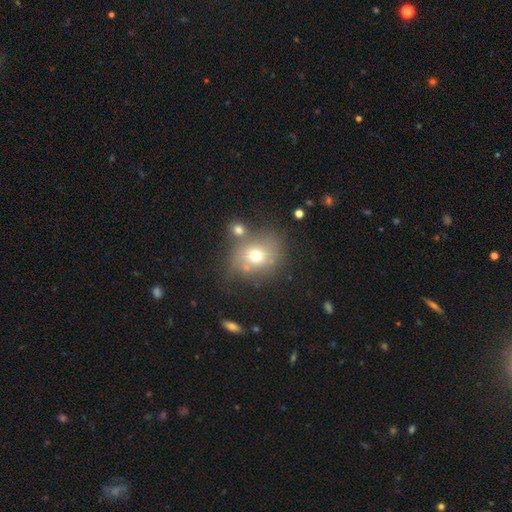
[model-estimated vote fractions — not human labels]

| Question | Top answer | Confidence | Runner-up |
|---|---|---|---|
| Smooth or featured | smooth | 67% | featured or disk (19%) |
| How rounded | round | 70% | in between (30%) |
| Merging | none | 60% | merger (19%) |